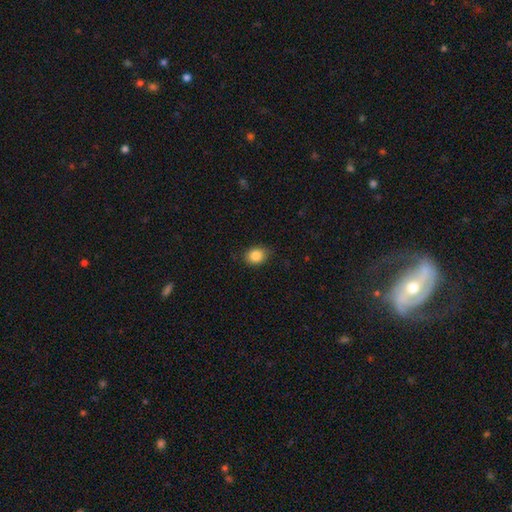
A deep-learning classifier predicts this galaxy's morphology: smooth_or_featured: smooth (p=0.85) [alt: star or artifact p=0.09]
how_rounded: round (p=0.54) [alt: in between p=0.45]
merging: none (p=0.83) [alt: minor disturbance p=0.14]